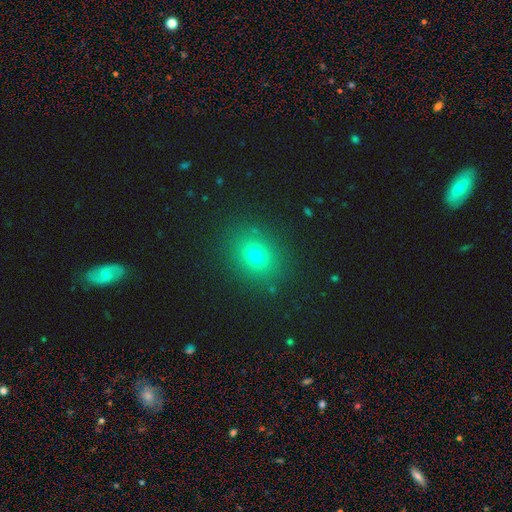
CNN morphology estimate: smooth-or-featured: smooth: 71% | star or artifact: 18% | featured or disk: 10%
  how-rounded: round: 50% | in between: 48% | cigar-shaped: 1%
  merging: none: 86% | minor disturbance: 9% | major disturbance: 3% | merger: 2%